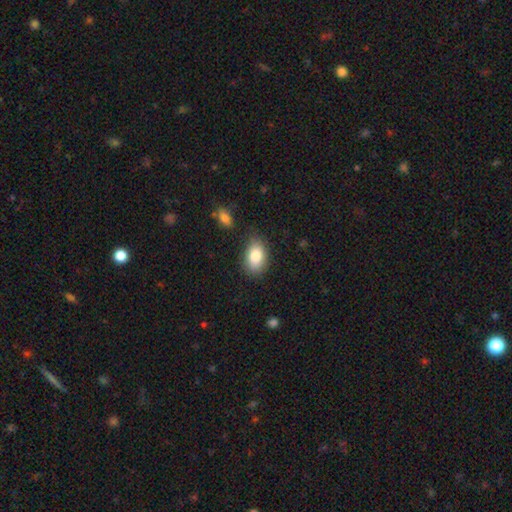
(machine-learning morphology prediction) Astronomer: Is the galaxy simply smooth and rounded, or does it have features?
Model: smooth — 83%.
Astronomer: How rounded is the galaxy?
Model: in between — 89%.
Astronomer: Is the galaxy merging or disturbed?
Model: none — 77%.